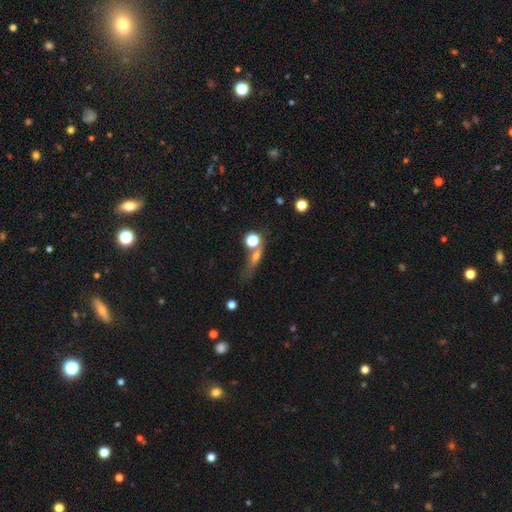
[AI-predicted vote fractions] Q: Smooth or featured?
A: smooth (56%); runner-up: featured or disk (24%)
Q: How rounded?
A: cigar-shaped (40%); runner-up: in between (32%)
Q: Merging?
A: none (49%); runner-up: merger (20%)